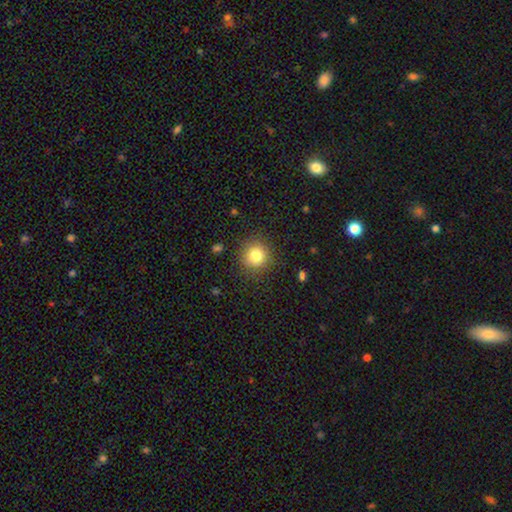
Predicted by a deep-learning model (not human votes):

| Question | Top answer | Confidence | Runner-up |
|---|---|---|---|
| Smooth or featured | smooth | 81% | star or artifact (12%) |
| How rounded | round | 92% | in between (7%) |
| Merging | none | 87% | minor disturbance (8%) |